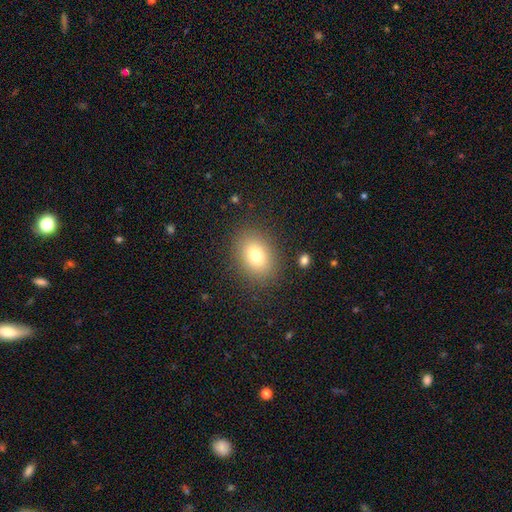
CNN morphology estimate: Smooth or featured? Predicted: smooth (p=0.77). How rounded? Predicted: in between (p=0.66). Merging? Predicted: none (p=0.86).